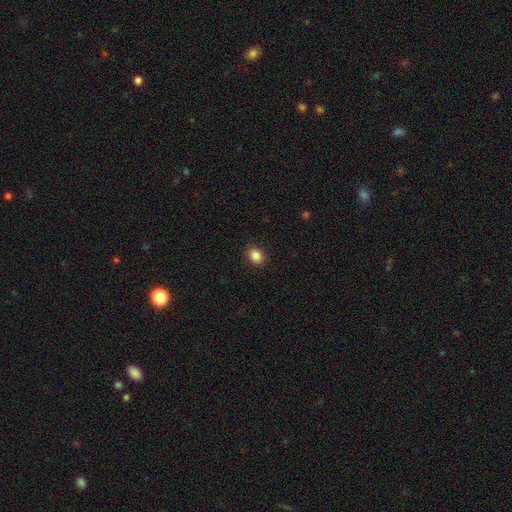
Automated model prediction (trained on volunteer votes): Smooth or featured? Predicted: smooth (p=0.85). How rounded? Predicted: in between (p=0.53). Merging? Predicted: none (p=0.90).